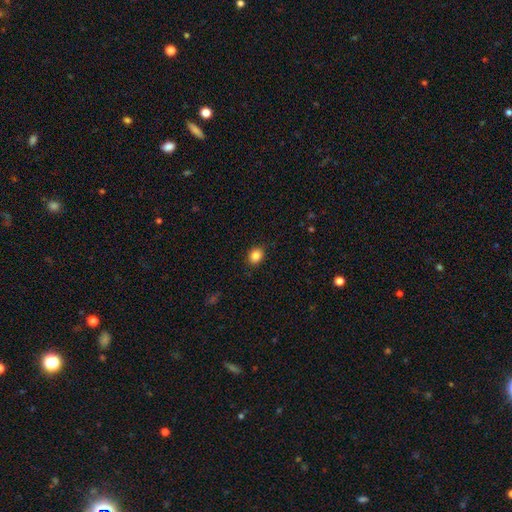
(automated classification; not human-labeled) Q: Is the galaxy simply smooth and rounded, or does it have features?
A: smooth — 85%.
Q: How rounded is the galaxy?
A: round — 59%.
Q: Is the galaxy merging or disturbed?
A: none — 88%.